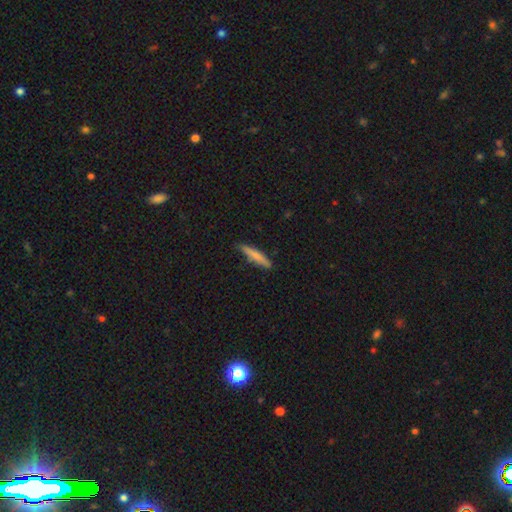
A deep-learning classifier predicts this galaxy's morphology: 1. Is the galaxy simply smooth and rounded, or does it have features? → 73% smooth, 21% featured or disk, 6% star or artifact.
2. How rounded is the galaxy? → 90% cigar-shaped, 9% in between, 1% round.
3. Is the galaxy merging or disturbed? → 83% none, 14% minor disturbance, 2% major disturbance, 2% merger.